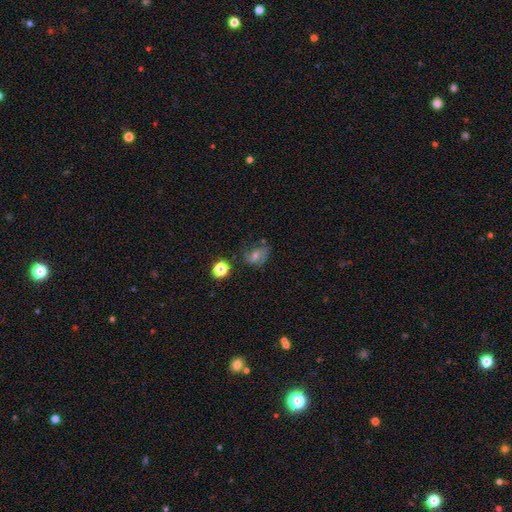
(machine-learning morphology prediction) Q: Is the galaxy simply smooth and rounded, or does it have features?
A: featured or disk — 66%.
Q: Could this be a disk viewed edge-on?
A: no — 97%.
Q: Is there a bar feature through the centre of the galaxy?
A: weak — 48%.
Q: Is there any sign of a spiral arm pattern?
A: yes — 90%.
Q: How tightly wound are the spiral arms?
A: medium — 47%.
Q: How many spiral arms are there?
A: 2 — 82%.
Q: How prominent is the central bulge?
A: small — 45%.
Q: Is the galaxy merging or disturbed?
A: none — 67%.